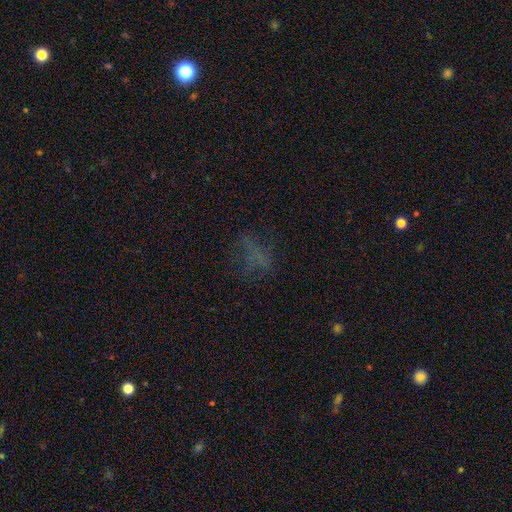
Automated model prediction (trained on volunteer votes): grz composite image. It shows a smooth galaxy with no disk features (41%). Merging: none (58%).